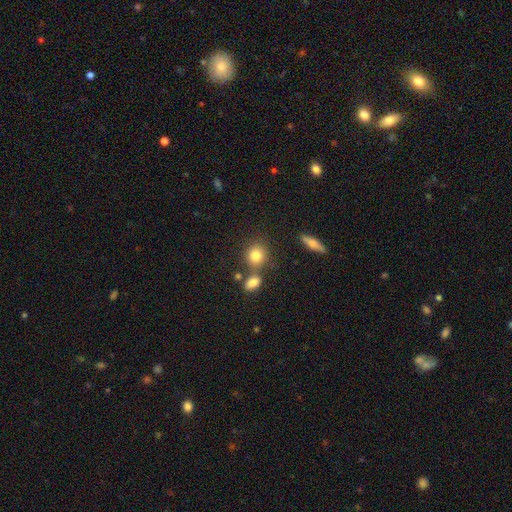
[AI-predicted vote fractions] A smooth galaxy with no disk features (81%) that is round (78%).

Vote fractions:
- Smooth or featured? smooth: 81% / star or artifact: 11% / featured or disk: 9%
- How rounded? round: 78% / in between: 20% / cigar-shaped: 2%
- Merging? none: 67% / merger: 19% / minor disturbance: 11% / major disturbance: 4%